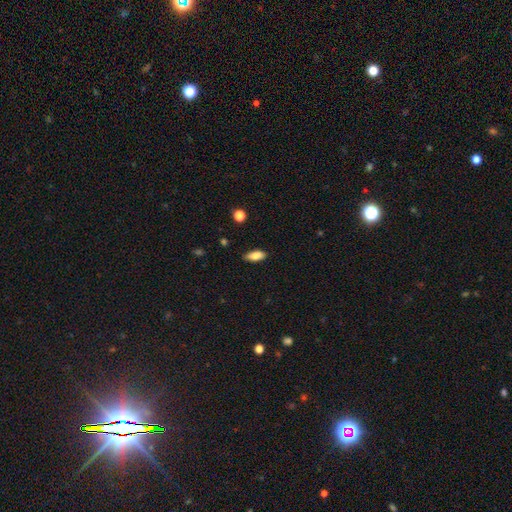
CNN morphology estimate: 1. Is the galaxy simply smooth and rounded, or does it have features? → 81% smooth, 12% featured or disk, 8% star or artifact.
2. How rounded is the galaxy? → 84% in between, 13% cigar-shaped, 3% round.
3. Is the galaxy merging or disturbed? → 84% none, 13% minor disturbance, 2% major disturbance, 1% merger.